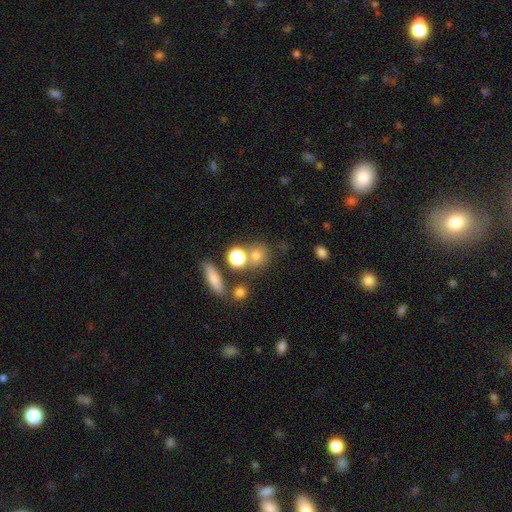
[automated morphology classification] Smooth or featured? Predicted: smooth (p=0.73). How rounded? Predicted: round (p=0.80). Merging? Predicted: none (p=0.63).